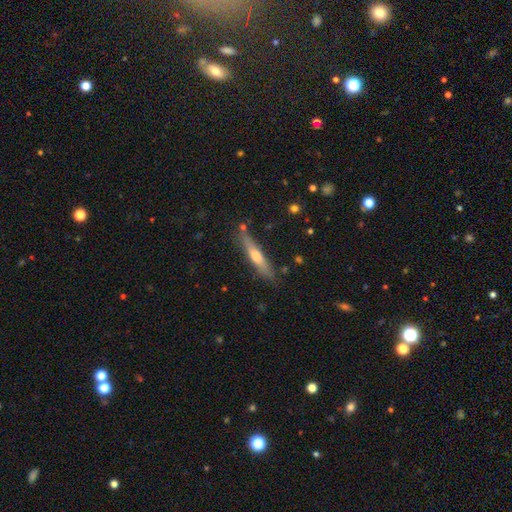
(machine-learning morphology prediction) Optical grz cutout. It shows a featured or disk galaxy (49%). Merging: none (81%).